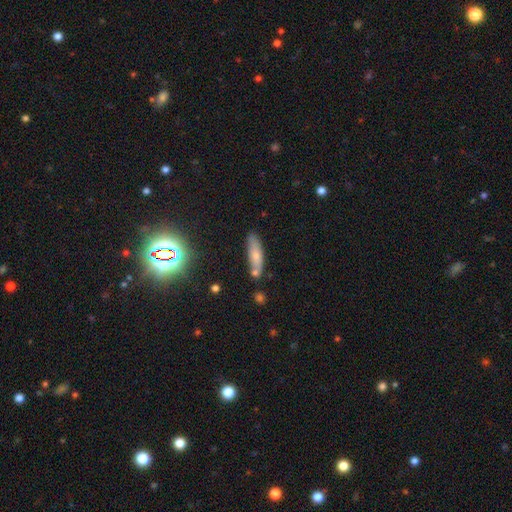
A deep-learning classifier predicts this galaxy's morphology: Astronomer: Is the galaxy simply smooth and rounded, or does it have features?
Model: smooth — 70%.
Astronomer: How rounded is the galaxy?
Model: cigar-shaped — 64%.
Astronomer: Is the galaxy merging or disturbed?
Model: none — 68%.